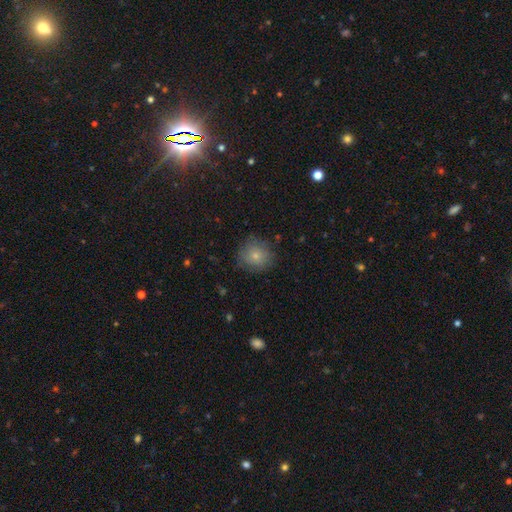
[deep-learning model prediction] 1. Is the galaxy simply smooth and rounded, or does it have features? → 77% smooth, 14% featured or disk, 9% star or artifact.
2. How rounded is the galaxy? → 89% round, 11% in between, 1% cigar-shaped.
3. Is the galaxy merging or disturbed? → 79% none, 15% minor disturbance, 4% major disturbance, 1% merger.